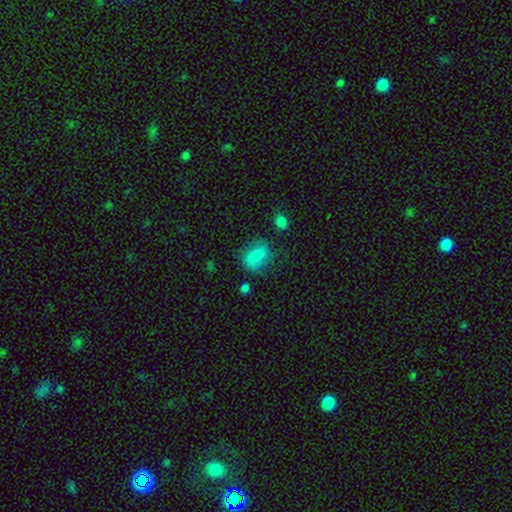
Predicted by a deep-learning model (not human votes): Smooth or featured?
  - smooth: 74% *
  - featured or disk: 17%
  - star or artifact: 9%
How rounded?
  - in between: 65% *
  - round: 32%
  - cigar-shaped: 2%
Merging?
  - none: 65% *
  - minor disturbance: 23%
  - major disturbance: 9%
  - merger: 3%